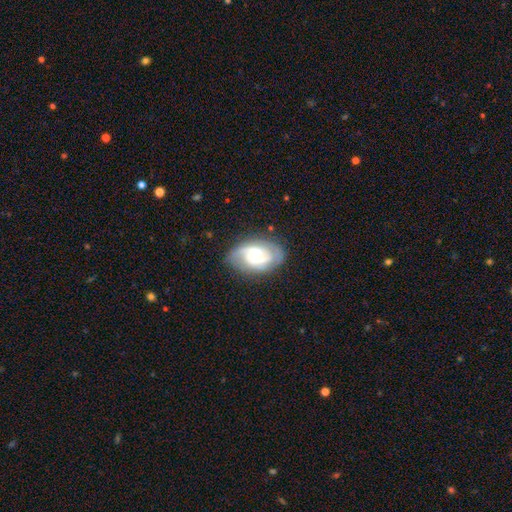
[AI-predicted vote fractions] Smooth or featured: featured or disk — 74% (smooth — 20%)
Edge-on disk: no — 97% (yes — 3%)
Bar: weak — 46% (no — 37%)
Spiral arms: yes — 90% (no — 10%)
Spiral winding: medium — 46% (tight — 32%)
Spiral arm count: 2 — 70% (can't tell — 14%)
Bulge size: moderate — 40% (small — 31%)
Merging: none — 71% (minor disturbance — 19%)